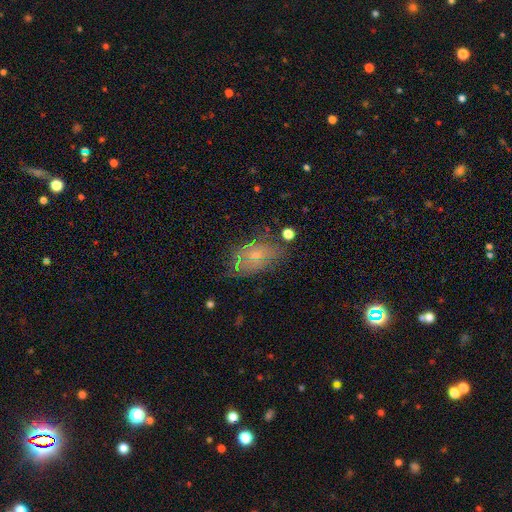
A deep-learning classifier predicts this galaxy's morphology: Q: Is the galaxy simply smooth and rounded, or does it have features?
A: featured or disk — 47%.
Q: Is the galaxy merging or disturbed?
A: none — 57%.